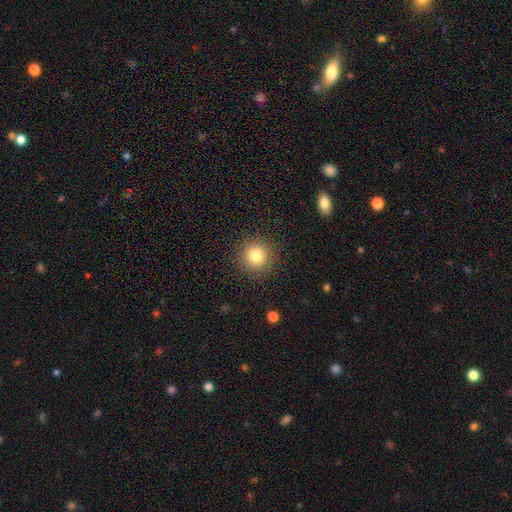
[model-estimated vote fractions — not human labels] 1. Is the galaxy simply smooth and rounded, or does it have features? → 81% smooth, 11% star or artifact, 7% featured or disk.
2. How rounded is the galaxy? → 94% round, 6% in between, 1% cigar-shaped.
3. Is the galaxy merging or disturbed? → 90% none, 7% minor disturbance, 3% major disturbance, 1% merger.